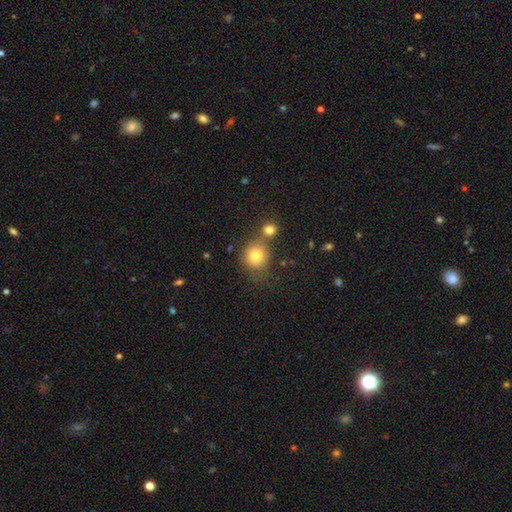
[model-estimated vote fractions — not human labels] Overall: smooth (79%). How rounded: round (86%). Merging: none (59%; merger 25%).